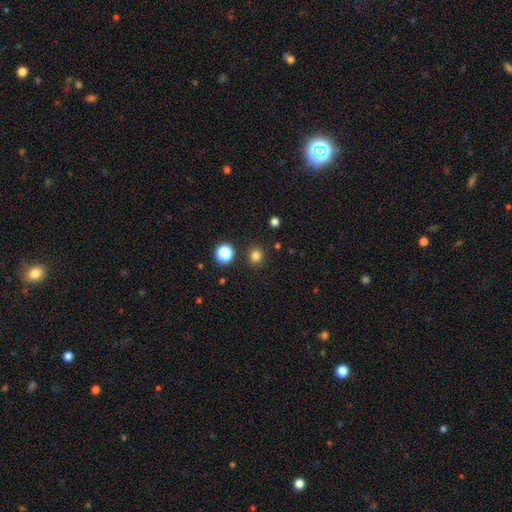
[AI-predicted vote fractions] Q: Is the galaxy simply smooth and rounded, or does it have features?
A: smooth — 80%.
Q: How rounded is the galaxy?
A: round — 89%.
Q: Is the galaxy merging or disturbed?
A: none — 89%.